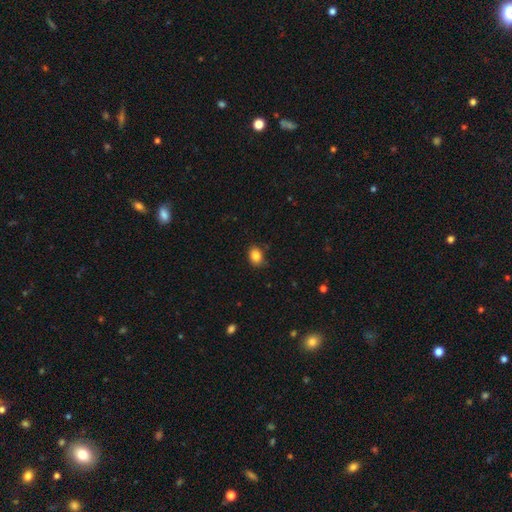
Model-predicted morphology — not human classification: Smooth or featured? smooth (85%)
How rounded? in between (65%)
Merging? none (80%)